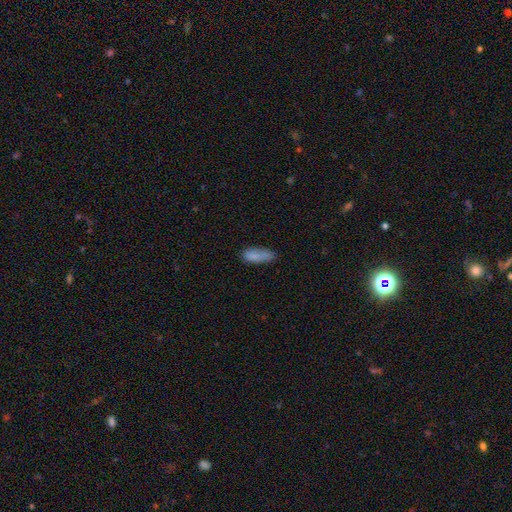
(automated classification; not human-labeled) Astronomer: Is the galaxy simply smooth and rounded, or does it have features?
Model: smooth — 82%.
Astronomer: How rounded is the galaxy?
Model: in between — 68%.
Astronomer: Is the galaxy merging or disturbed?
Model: none — 58%.